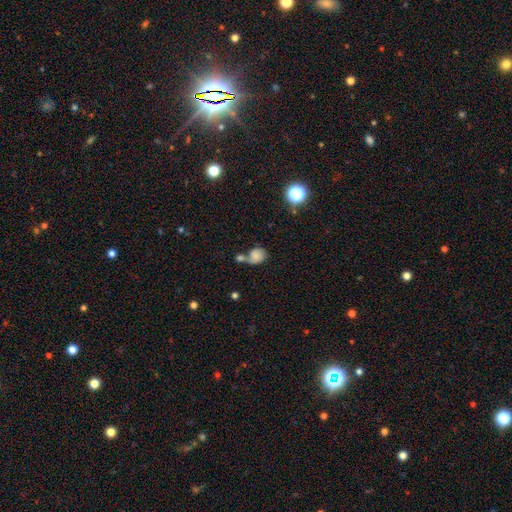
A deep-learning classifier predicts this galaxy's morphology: type=smooth (72%); roundness=round (62%); merging=merger (43%).